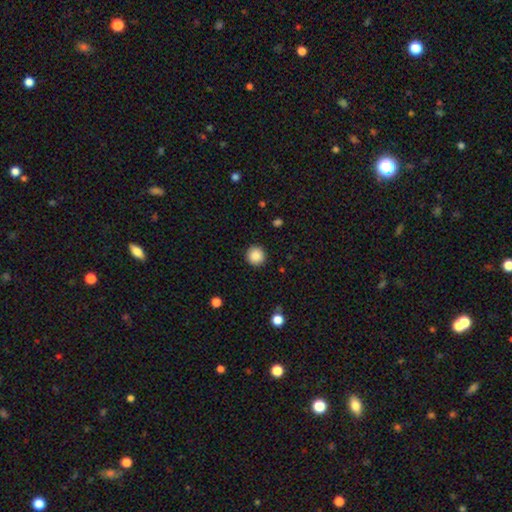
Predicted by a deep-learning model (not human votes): Smooth or featured?
  - smooth: 88% *
  - star or artifact: 9%
  - featured or disk: 3%
How rounded?
  - round: 95% *
  - in between: 4%
  - cigar-shaped: 1%
Merging?
  - none: 92% *
  - minor disturbance: 6%
  - major disturbance: 2%
  - merger: 1%